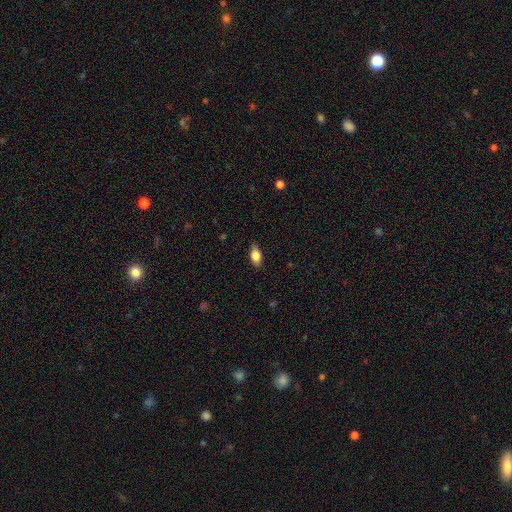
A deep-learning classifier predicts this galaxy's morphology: A smooth galaxy with no disk features (81%) that is in between round and cigar-shaped (87%). Merging: none (85%).